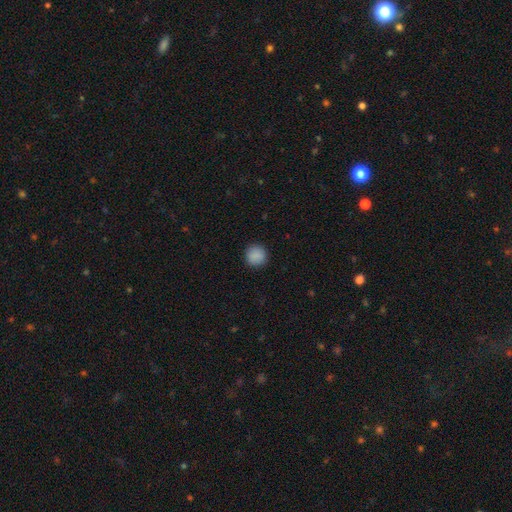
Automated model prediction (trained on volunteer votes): smooth-or-featured: smooth: 89% | star or artifact: 8% | featured or disk: 3%
  how-rounded: round: 94% | in between: 5% | cigar-shaped: 1%
  merging: none: 91% | minor disturbance: 6% | major disturbance: 2% | merger: 1%